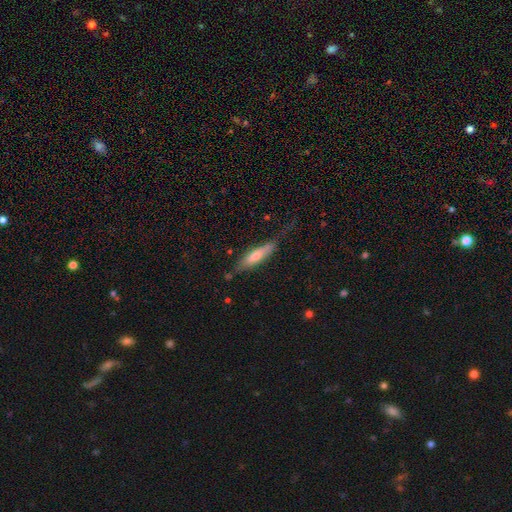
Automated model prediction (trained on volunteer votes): Smooth or featured: smooth — 48% (featured or disk — 45%)
Merging: none — 61% (minor disturbance — 27%)